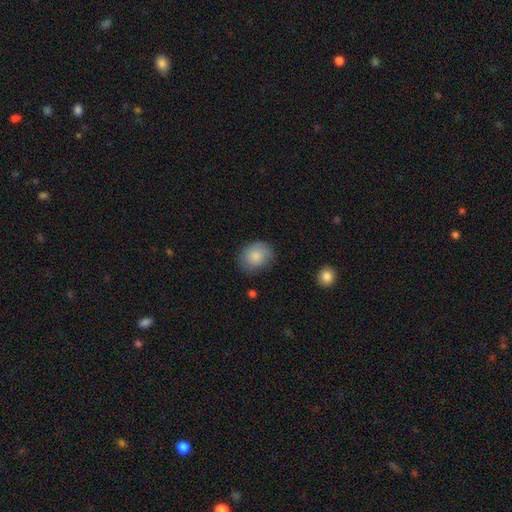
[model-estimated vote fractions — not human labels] A smooth galaxy with no disk features (82%) that is round (66%). Merging: none (73%).